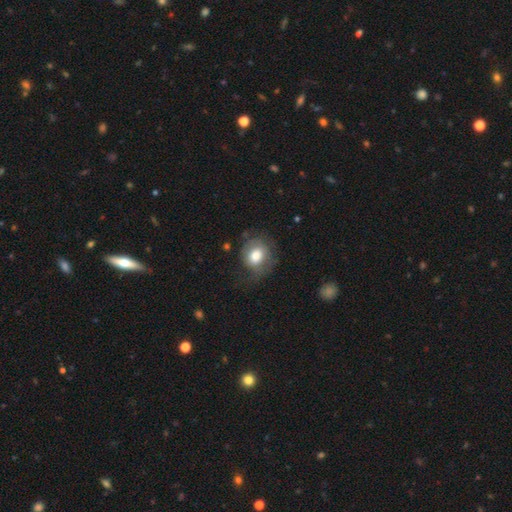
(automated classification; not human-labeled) smooth 70%, featured or disk 22%, star or artifact 8%. Down the decision tree: how rounded — round (68%); merging — none (53%).